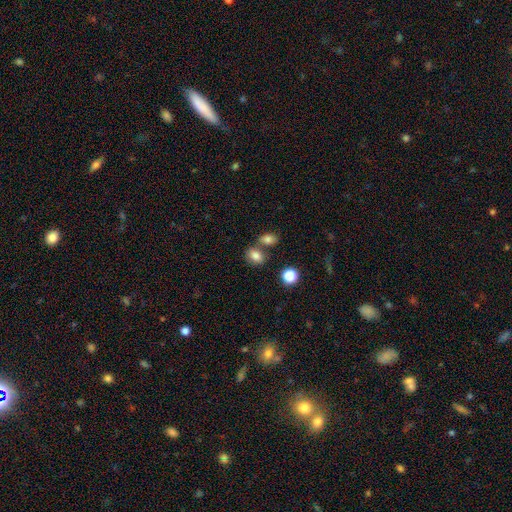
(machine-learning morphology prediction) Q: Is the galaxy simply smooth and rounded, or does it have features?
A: smooth — 81%.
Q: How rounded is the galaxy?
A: in between — 71%.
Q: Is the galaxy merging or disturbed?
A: none — 55%.